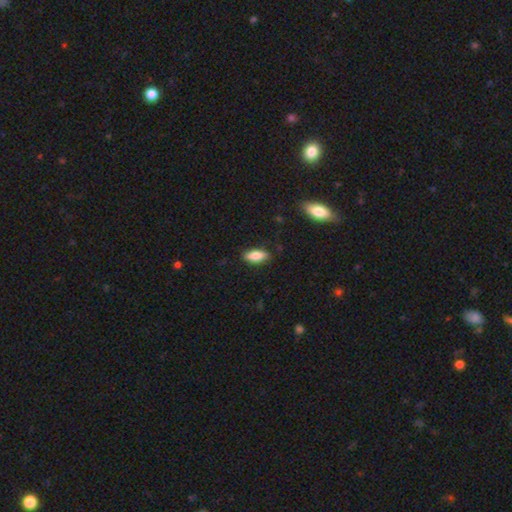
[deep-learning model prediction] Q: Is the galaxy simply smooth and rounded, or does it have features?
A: smooth — 82%.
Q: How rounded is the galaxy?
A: in between — 80%.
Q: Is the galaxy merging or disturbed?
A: none — 85%.